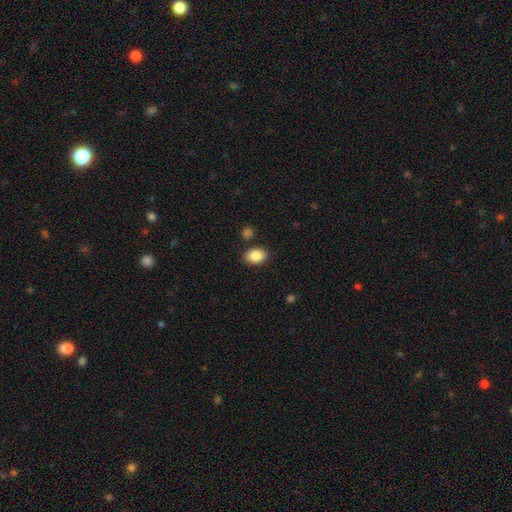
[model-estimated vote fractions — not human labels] A smooth galaxy with no disk features (87%) that is in between round and cigar-shaped (81%). Merging: none (85%).